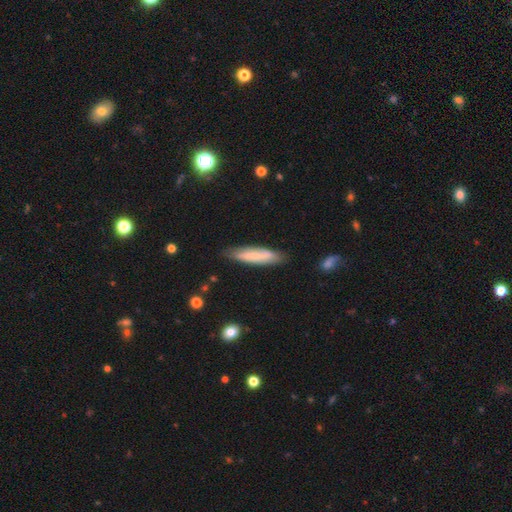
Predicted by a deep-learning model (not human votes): smooth-or-featured: smooth: 55% | featured or disk: 39% | star or artifact: 7%
  how-rounded: cigar-shaped: 75% | in between: 23% | round: 2%
  merging: none: 82% | minor disturbance: 14% | major disturbance: 3% | merger: 2%